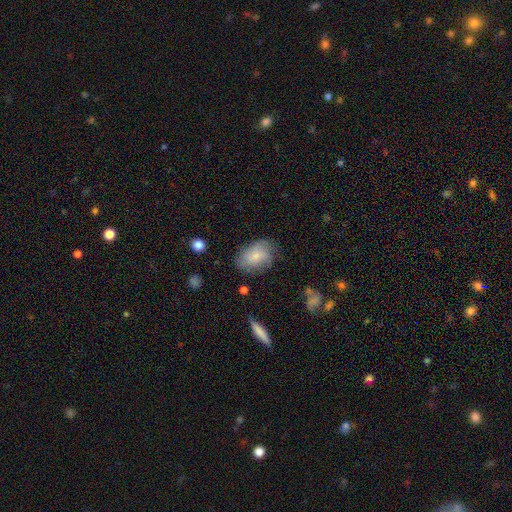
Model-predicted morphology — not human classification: Smooth or featured? Predicted: smooth (p=0.65). How rounded? Predicted: in between (p=0.84). Merging? Predicted: none (p=0.67).